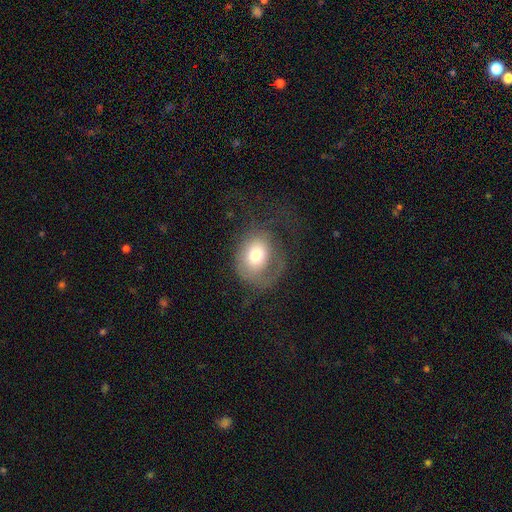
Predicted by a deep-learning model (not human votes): A smooth galaxy with no disk features (60%) that is round (56%).

Vote fractions:
- Smooth or featured? smooth: 60% / featured or disk: 30% / star or artifact: 10%
- How rounded? round: 56% / in between: 43% / cigar-shaped: 1%
- Merging? major disturbance: 40% / none: 38% / minor disturbance: 20% / merger: 2%